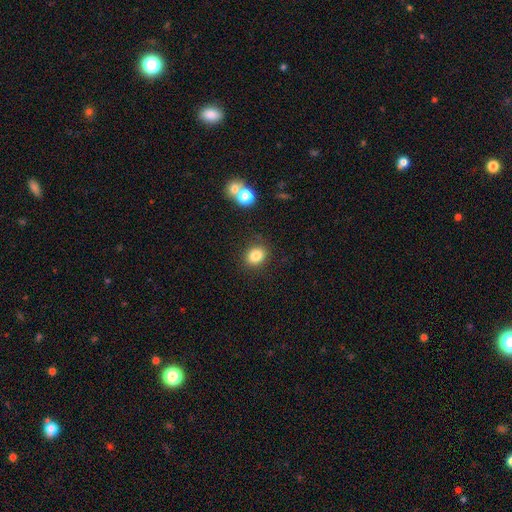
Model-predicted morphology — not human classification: Smooth or featured? smooth (83%)
How rounded? round (60%)
Merging? none (83%)